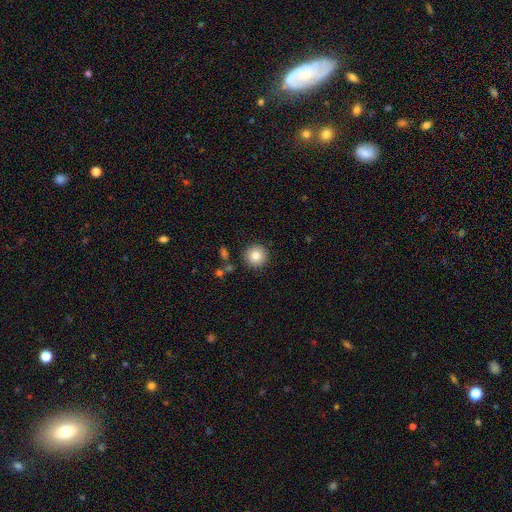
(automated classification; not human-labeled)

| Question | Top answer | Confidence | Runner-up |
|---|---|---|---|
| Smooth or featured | smooth | 84% | star or artifact (9%) |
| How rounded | round | 96% | in between (4%) |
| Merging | none | 89% | minor disturbance (6%) |